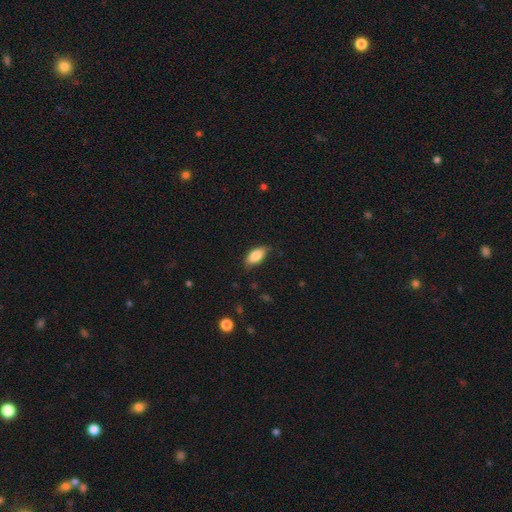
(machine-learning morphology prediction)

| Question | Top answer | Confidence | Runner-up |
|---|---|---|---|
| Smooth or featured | smooth | 83% | featured or disk (10%) |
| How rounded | in between | 89% | cigar-shaped (8%) |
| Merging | none | 75% | minor disturbance (20%) |